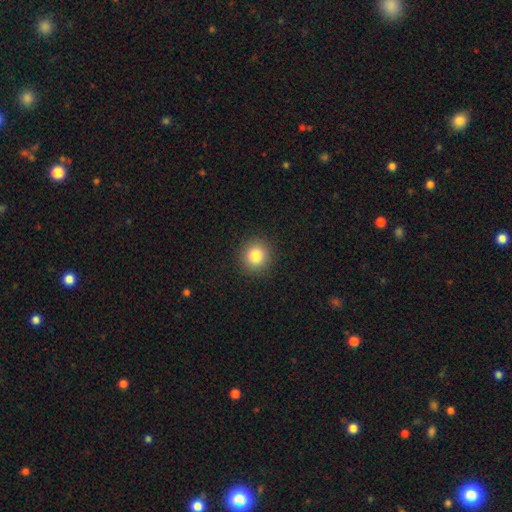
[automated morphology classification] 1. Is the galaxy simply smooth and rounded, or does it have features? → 83% smooth, 11% star or artifact, 6% featured or disk.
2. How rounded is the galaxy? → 91% round, 8% in between, 1% cigar-shaped.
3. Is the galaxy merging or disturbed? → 92% none, 5% minor disturbance, 2% major disturbance, 1% merger.